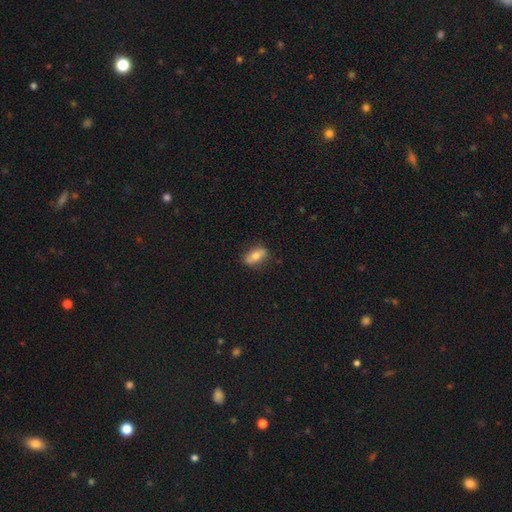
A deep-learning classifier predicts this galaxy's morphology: Smooth or featured?
  - smooth: 67% *
  - featured or disk: 26%
  - star or artifact: 7%
How rounded?
  - in between: 82% *
  - cigar-shaped: 12%
  - round: 6%
Merging?
  - none: 81% *
  - minor disturbance: 15%
  - major disturbance: 3%
  - merger: 1%